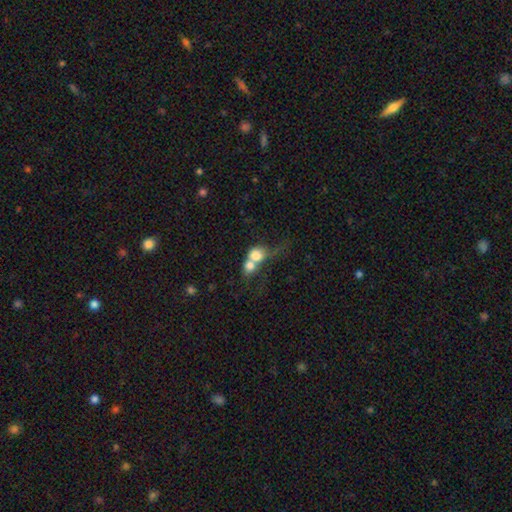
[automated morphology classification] A smooth galaxy with no disk features (71%) that is round (64%).

Vote fractions:
- Smooth or featured? smooth: 71% / featured or disk: 20% / star or artifact: 10%
- How rounded? round: 64% / in between: 34% / cigar-shaped: 2%
- Merging? merger: 77% / none: 12% / major disturbance: 6% / minor disturbance: 5%